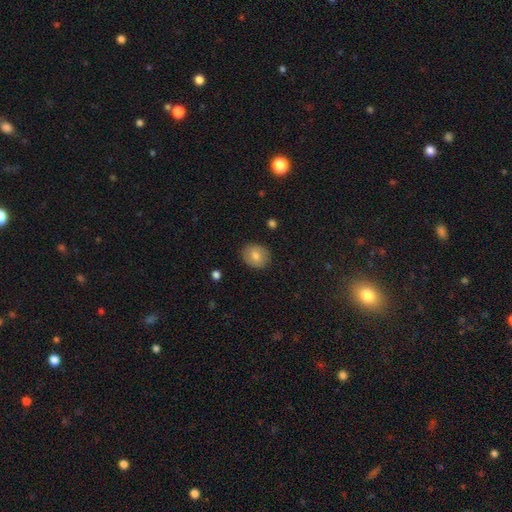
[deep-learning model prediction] This appears to be a smooth galaxy with no disk features (76%) that is round (69%). Merging: none (86%).